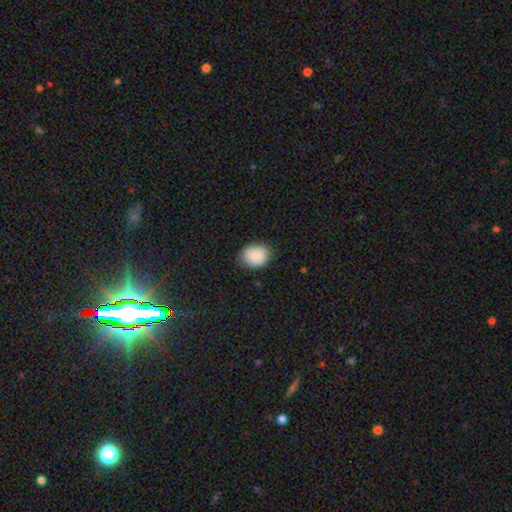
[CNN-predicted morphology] Overall: smooth (84%). How rounded: round (57%; in between 42%). Merging: none (81%).